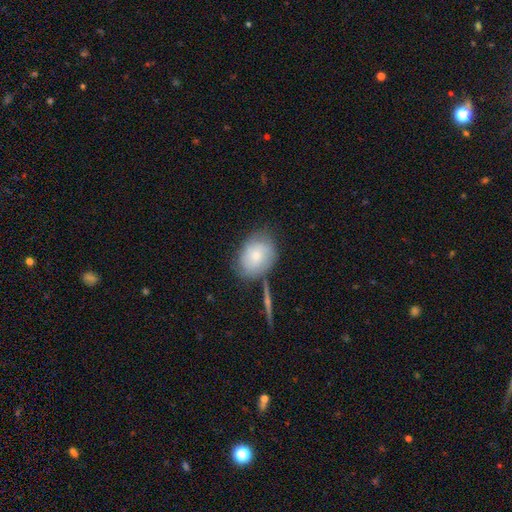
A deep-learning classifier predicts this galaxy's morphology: smooth-or-featured: smooth: 71% | featured or disk: 22% | star or artifact: 7%
  how-rounded: in between: 59% | round: 40% | cigar-shaped: 1%
  merging: none: 63% | minor disturbance: 21% | merger: 9% | major disturbance: 6%